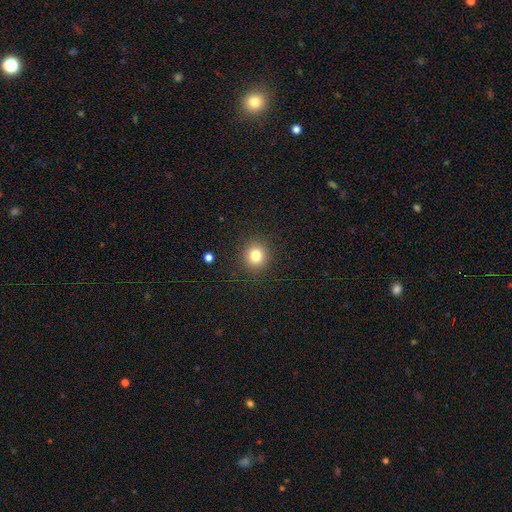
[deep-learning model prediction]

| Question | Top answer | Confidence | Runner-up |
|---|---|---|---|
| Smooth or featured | smooth | 80% | star or artifact (13%) |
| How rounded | round | 90% | in between (9%) |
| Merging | none | 90% | minor disturbance (6%) |